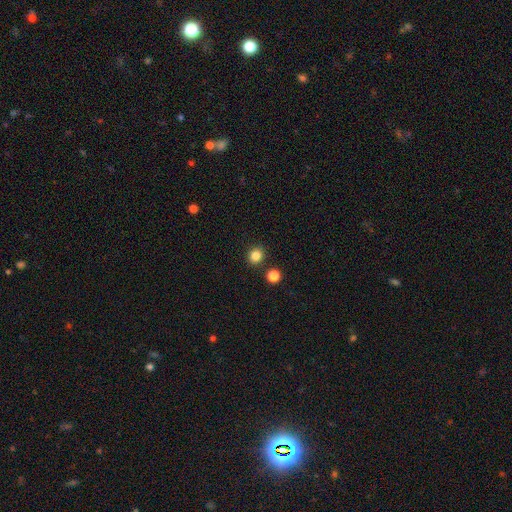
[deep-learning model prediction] A smooth galaxy with no disk features (84%) that is round (79%). Merging: none (87%).